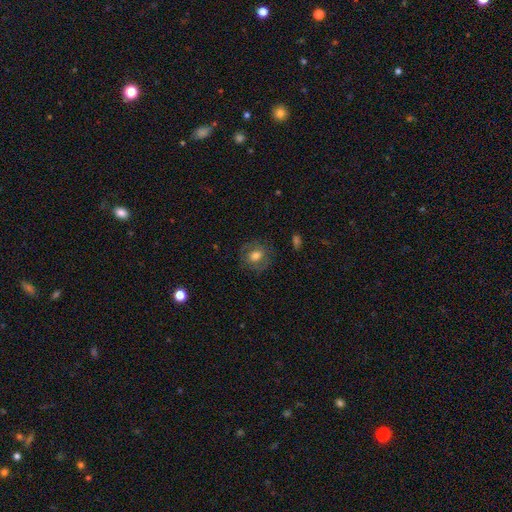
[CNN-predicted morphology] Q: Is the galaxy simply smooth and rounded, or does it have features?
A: smooth — 58%.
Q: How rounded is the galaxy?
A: round — 71%.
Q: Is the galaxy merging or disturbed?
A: none — 78%.